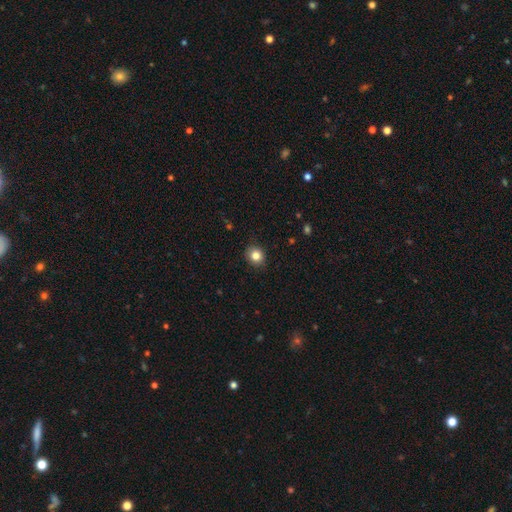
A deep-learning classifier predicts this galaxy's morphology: Smooth or featured? smooth (83%)
How rounded? round (76%)
Merging? none (88%)